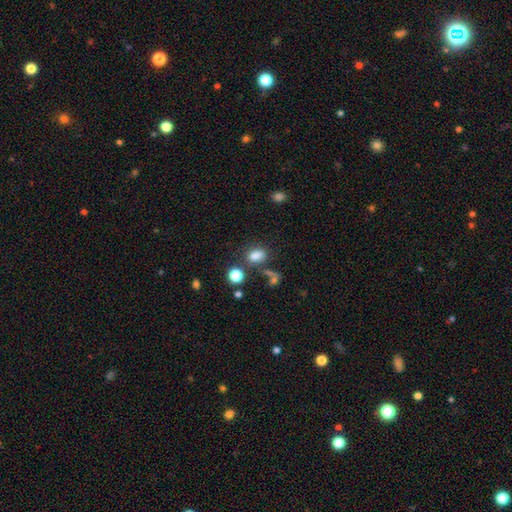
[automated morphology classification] smooth_or_featured: smooth (p=0.79) [alt: star or artifact p=0.14]
how_rounded: in between (p=0.74) [alt: round p=0.24]
merging: none (p=0.62) [alt: minor disturbance p=0.16]